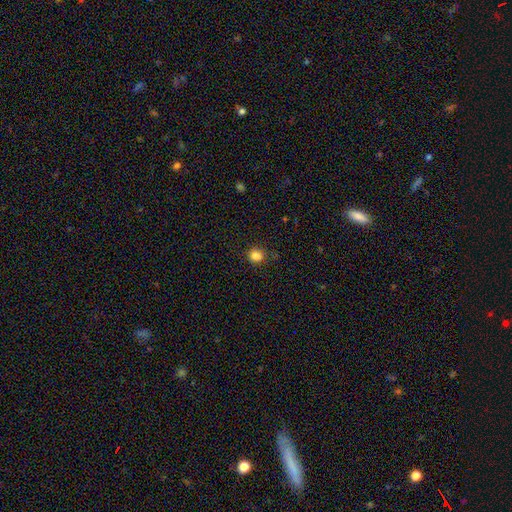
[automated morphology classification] This appears to be a smooth galaxy with no disk features (83%) that is round (83%). Merging: none (81%).